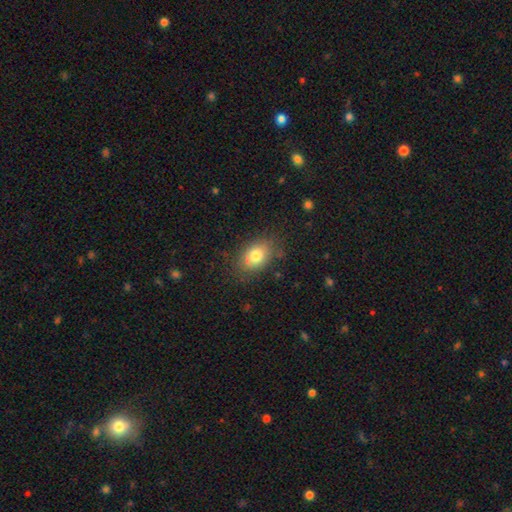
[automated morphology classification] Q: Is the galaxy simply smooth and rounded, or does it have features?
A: smooth — 78%.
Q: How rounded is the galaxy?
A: in between — 79%.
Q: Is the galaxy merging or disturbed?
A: none — 77%.